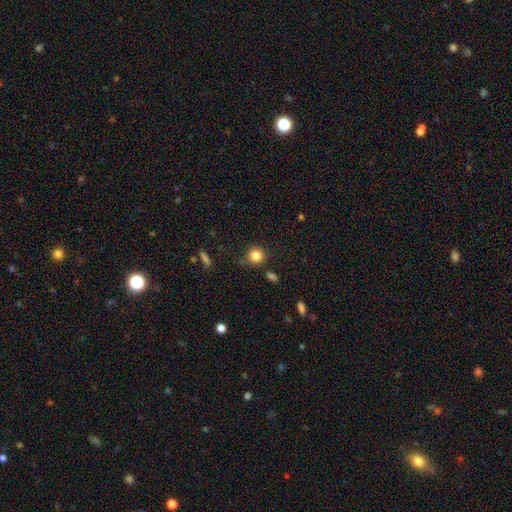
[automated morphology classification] Smooth or featured? Predicted: smooth (p=0.83). How rounded? Predicted: round (p=0.91). Merging? Predicted: none (p=0.84).